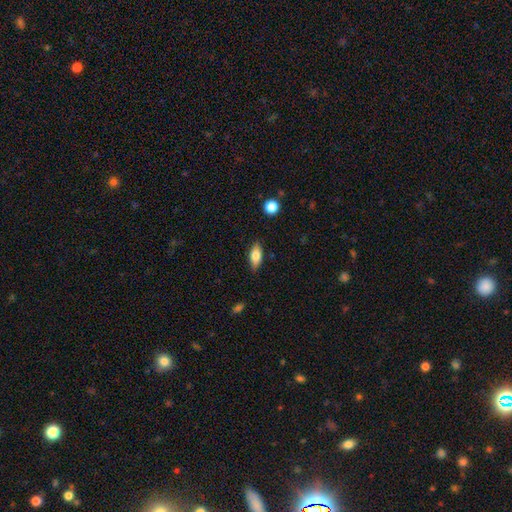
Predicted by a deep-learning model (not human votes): Morphology: type=smooth (74%); roundness=in between (82%); merging=none (84%).